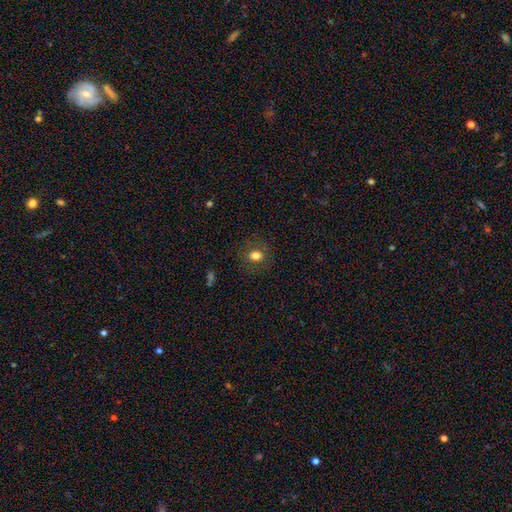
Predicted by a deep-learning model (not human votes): Smooth or featured? Predicted: smooth (p=0.76). How rounded? Predicted: round (p=0.62). Merging? Predicted: none (p=0.84).